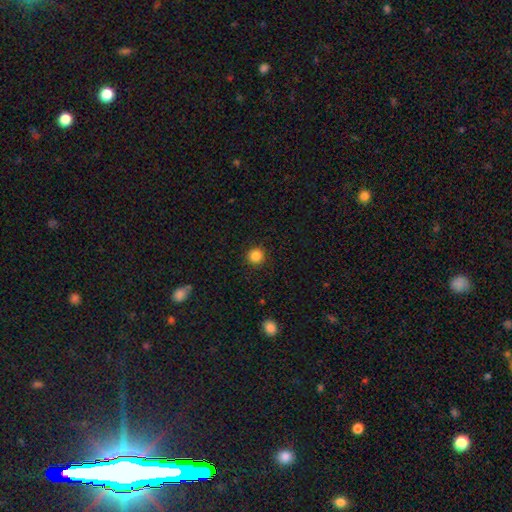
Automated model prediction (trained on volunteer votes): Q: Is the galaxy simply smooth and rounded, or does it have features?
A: smooth — 85%.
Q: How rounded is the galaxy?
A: round — 95%.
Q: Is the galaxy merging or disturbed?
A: none — 91%.